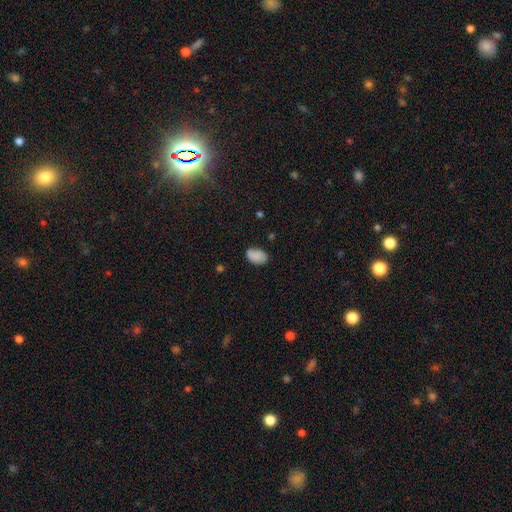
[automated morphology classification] The model was most divided on "merging": none: 77%, minor disturbance: 18%, major disturbance: 4%, merger: 2%. More confident: how rounded — in between (90%); smooth or featured — smooth (86%).